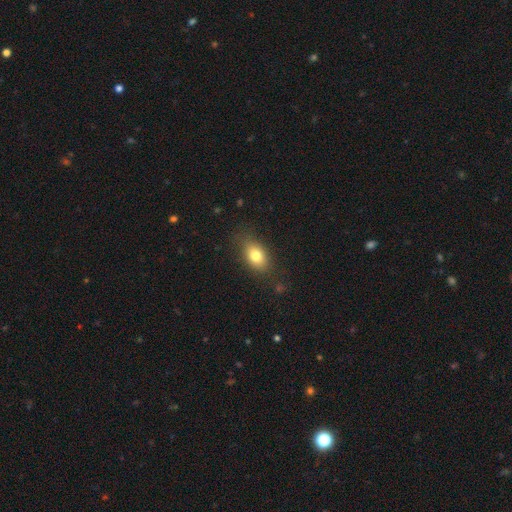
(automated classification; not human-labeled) Smooth or featured? Predicted: smooth (p=0.78). How rounded? Predicted: in between (p=0.80). Merging? Predicted: none (p=0.79).